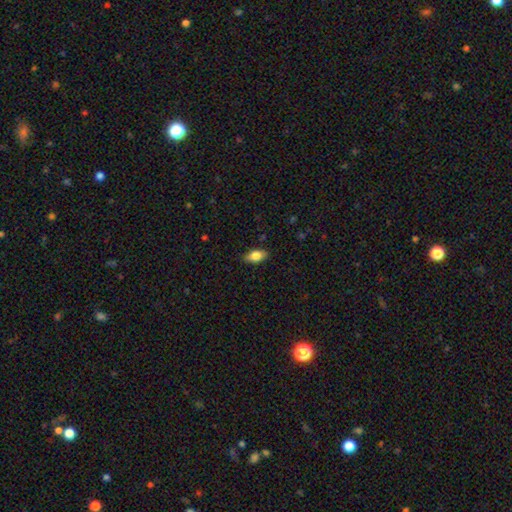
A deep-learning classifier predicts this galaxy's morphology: This is clearly a smooth galaxy (82%). How rounded: clearly in between (90%). Merging: clearly none (86%).